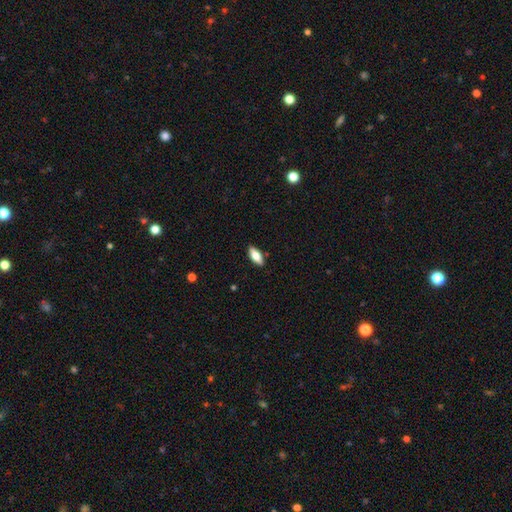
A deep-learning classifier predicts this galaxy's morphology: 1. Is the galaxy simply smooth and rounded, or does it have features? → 67% smooth, 26% featured or disk, 7% star or artifact.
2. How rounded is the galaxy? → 76% in between, 21% cigar-shaped, 2% round.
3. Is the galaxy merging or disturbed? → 88% none, 9% minor disturbance, 2% major disturbance, 1% merger.